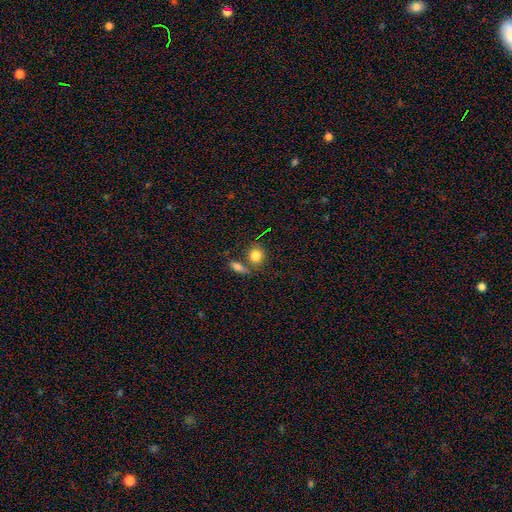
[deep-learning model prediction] A smooth galaxy with no disk features (82%) that is round (69%).

Vote fractions:
- Smooth or featured? smooth: 82% / star or artifact: 9% / featured or disk: 9%
- How rounded? round: 69% / in between: 29% / cigar-shaped: 2%
- Merging? none: 62% / merger: 24% / minor disturbance: 11% / major disturbance: 4%